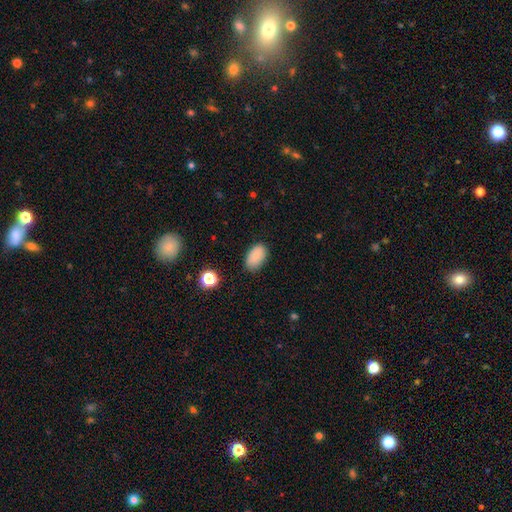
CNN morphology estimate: Overall: smooth (86%). How rounded: in between (92%). Merging: none (83%).